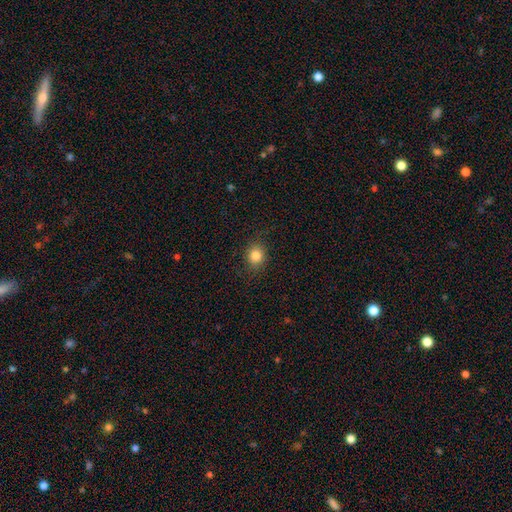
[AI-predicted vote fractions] smooth 84%, star or artifact 11%, featured or disk 6%. Down the decision tree: how rounded — round (75%); merging — none (86%).